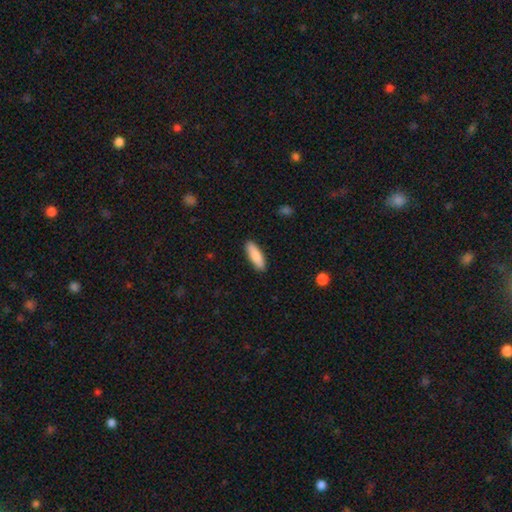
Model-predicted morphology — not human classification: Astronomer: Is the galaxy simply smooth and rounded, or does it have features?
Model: smooth — 84%.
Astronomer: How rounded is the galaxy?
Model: cigar-shaped — 54% (runner-up: in between, 45%).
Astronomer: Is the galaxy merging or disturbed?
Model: none — 89%.